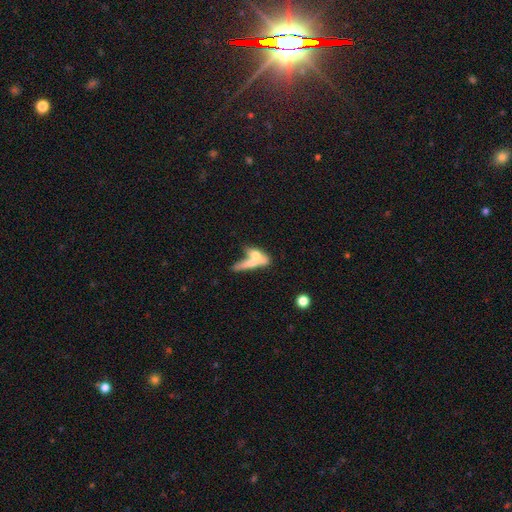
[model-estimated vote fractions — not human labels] smooth 58%, featured or disk 34%, star or artifact 8%. Down the decision tree: how rounded — cigar-shaped (55%); merging — merger (51%).